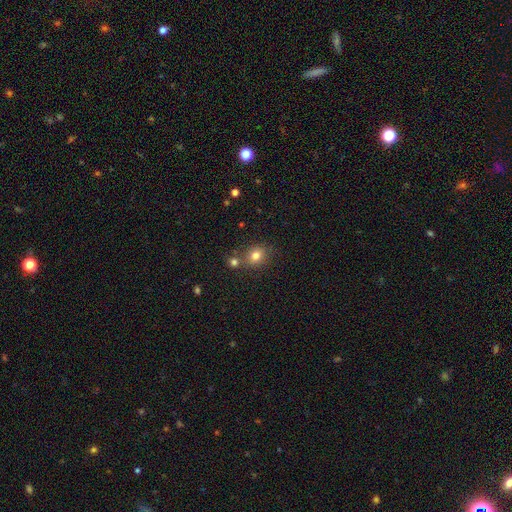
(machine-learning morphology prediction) smooth-or-featured: smooth: 78% | star or artifact: 14% | featured or disk: 9%
  how-rounded: round: 67% | in between: 32% | cigar-shaped: 1%
  merging: none: 67% | merger: 19% | minor disturbance: 11% | major disturbance: 3%